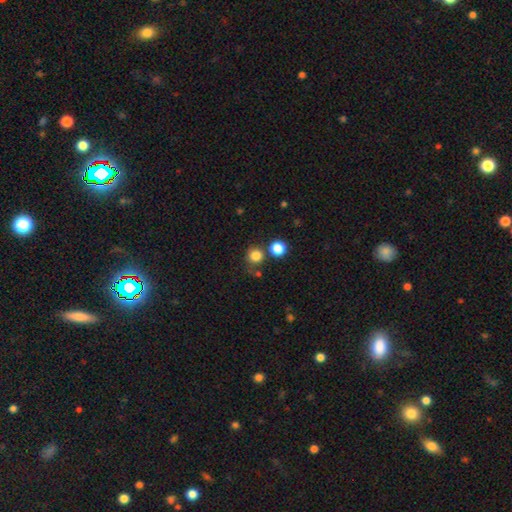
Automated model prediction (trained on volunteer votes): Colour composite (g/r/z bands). It shows a smooth galaxy with no disk features (82%) that is round (92%). Merging: none (72%).